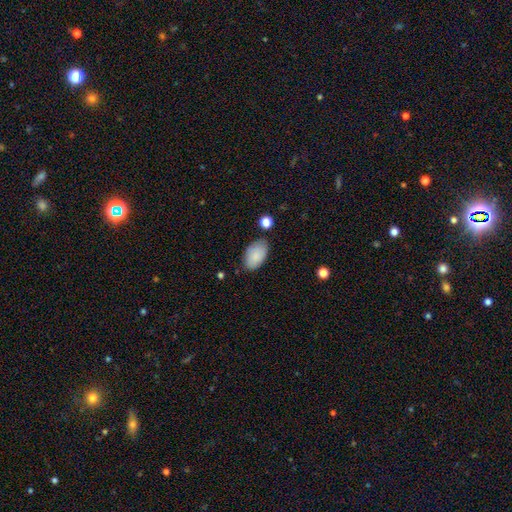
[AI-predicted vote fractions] smooth_or_featured: smooth (p=0.87) [alt: featured or disk p=0.07]
how_rounded: in between (p=0.94) [alt: round p=0.05]
merging: none (p=0.76) [alt: minor disturbance p=0.17]